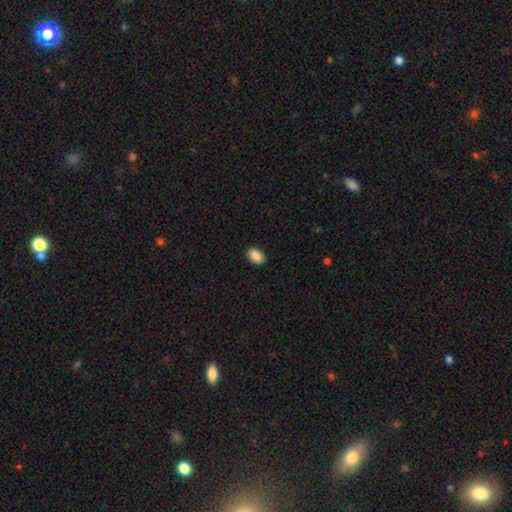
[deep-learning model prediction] Smooth or featured? Predicted: smooth (p=0.88). How rounded? Predicted: in between (p=0.83). Merging? Predicted: none (p=0.90).